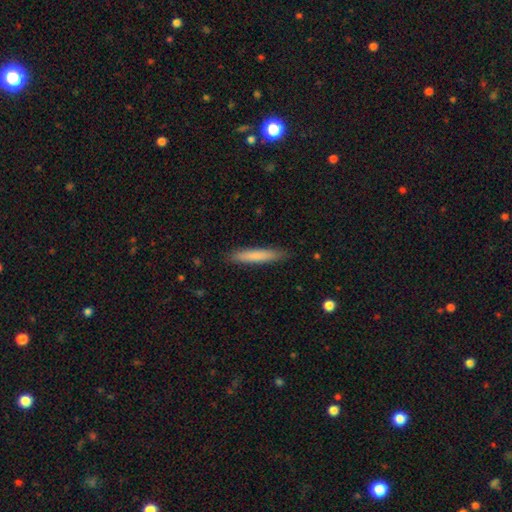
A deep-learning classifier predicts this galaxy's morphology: smooth_or_featured: smooth (p=0.78) [alt: featured or disk p=0.16]
how_rounded: cigar-shaped (p=0.93) [alt: in between p=0.06]
merging: none (p=0.89) [alt: minor disturbance p=0.09]